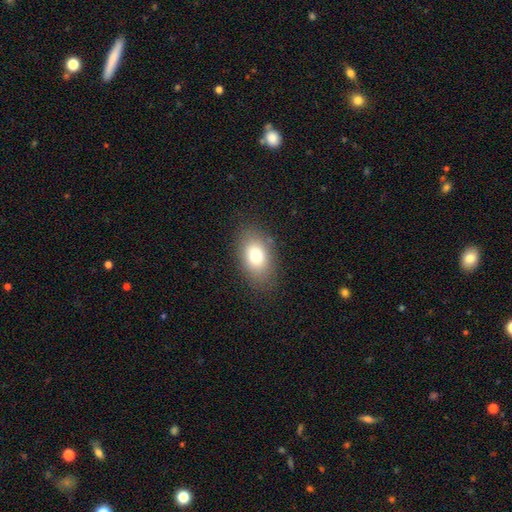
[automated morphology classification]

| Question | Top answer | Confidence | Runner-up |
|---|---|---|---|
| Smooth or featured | smooth | 76% | featured or disk (14%) |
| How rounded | in between | 84% | round (14%) |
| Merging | none | 82% | minor disturbance (12%) |